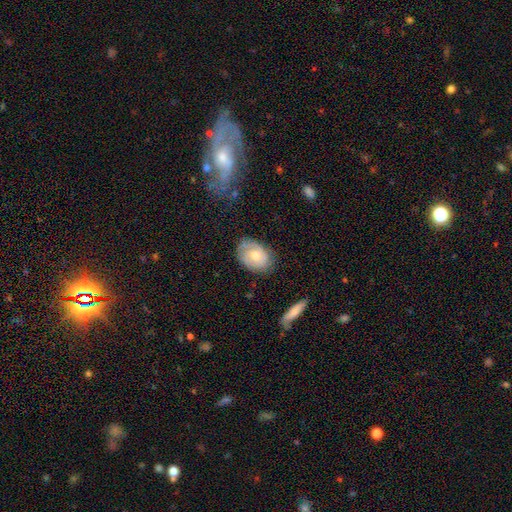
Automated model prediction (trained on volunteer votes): smooth 51%, featured or disk 42%, star or artifact 7%. Down the decision tree: how rounded — in between (76%); merging — none (73%).